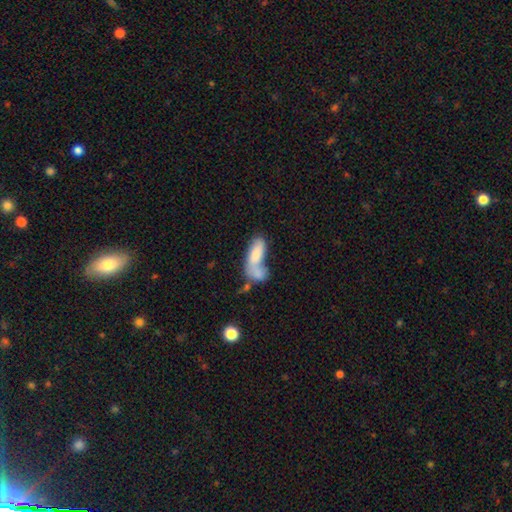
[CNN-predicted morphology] This is likely a smooth galaxy (69%). How rounded: likely in between (74%). Merging: possibly merger (58%).